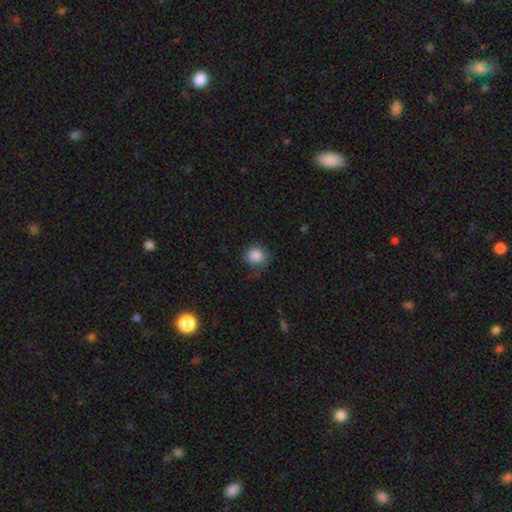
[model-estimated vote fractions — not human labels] A smooth galaxy with no disk features (86%) that is round (75%). Merging: none (69%).